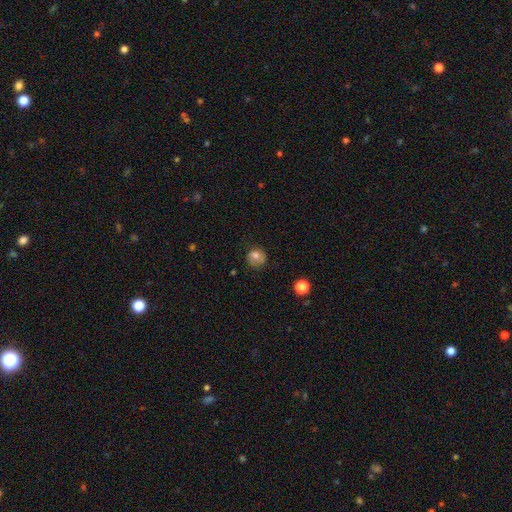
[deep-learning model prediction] Morphology: type=smooth (72%); roundness=round (81%); merging=none (68%).